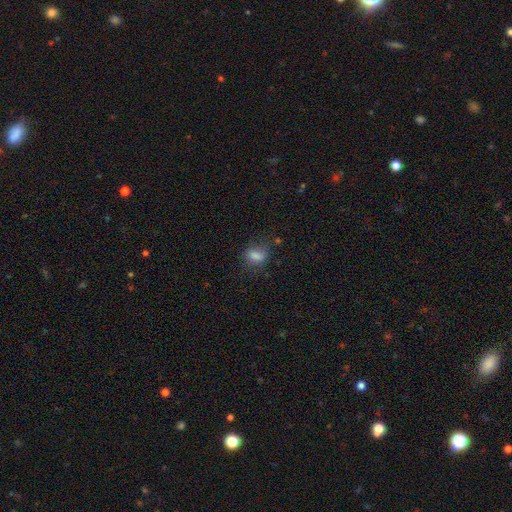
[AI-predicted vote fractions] Overall: smooth (79%). How rounded: in between (74%). Merging: none (66%).